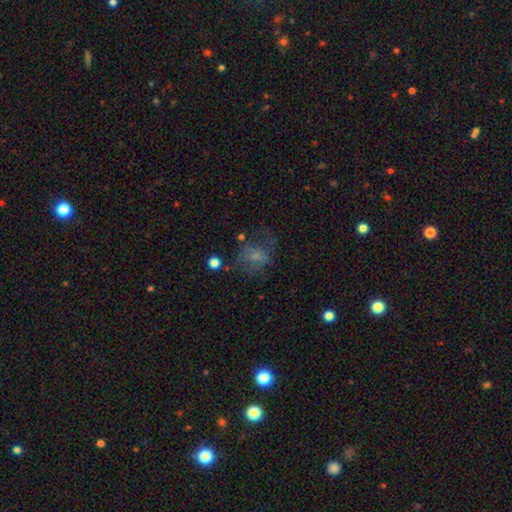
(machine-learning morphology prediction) Smooth or featured?
  - smooth: 56% *
  - featured or disk: 29%
  - star or artifact: 15%
How rounded?
  - round: 53% *
  - in between: 46%
  - cigar-shaped: 1%
Merging?
  - none: 42% *
  - major disturbance: 32%
  - minor disturbance: 22%
  - merger: 4%